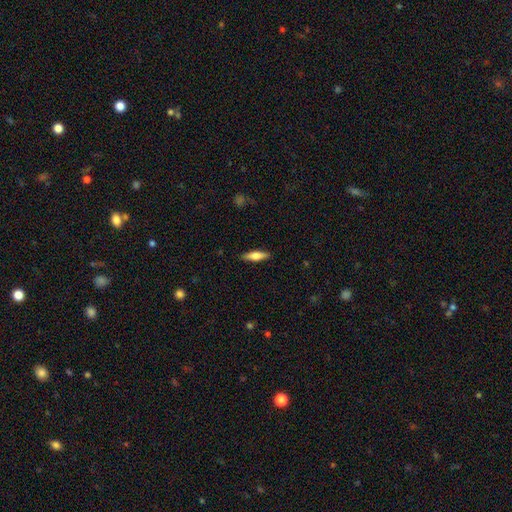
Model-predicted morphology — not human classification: This appears to be a smooth galaxy with no disk features (65%) that is cigar-shaped (57%). Merging: none (88%).